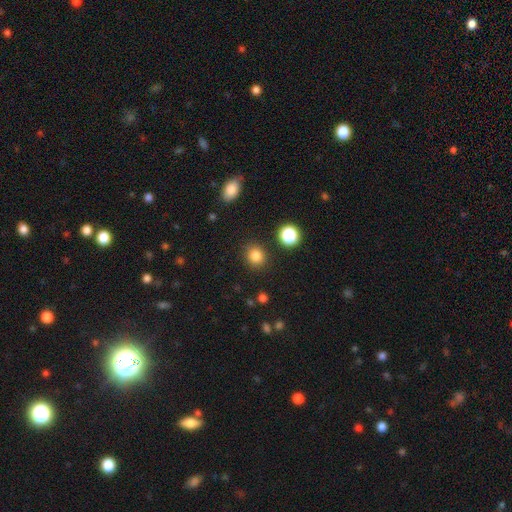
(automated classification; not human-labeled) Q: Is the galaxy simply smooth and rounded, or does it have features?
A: smooth — 82%.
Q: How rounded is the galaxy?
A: round — 81%.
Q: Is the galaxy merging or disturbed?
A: none — 88%.